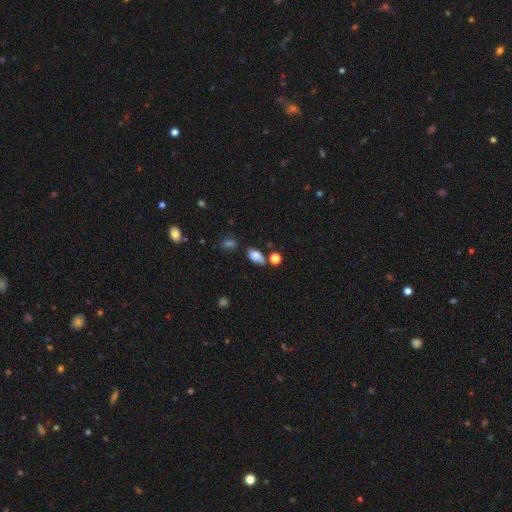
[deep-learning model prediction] Morphology: type=smooth (77%); roundness=in between (88%); merging=none (58%).